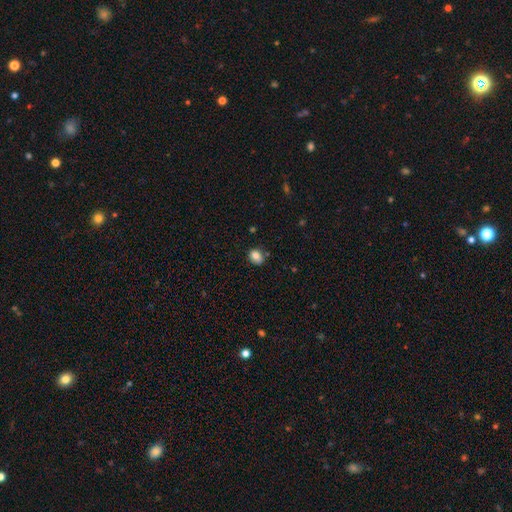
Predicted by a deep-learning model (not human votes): Smooth or featured? Predicted: smooth (p=0.82). How rounded? Predicted: in between (p=0.56). Merging? Predicted: none (p=0.73).